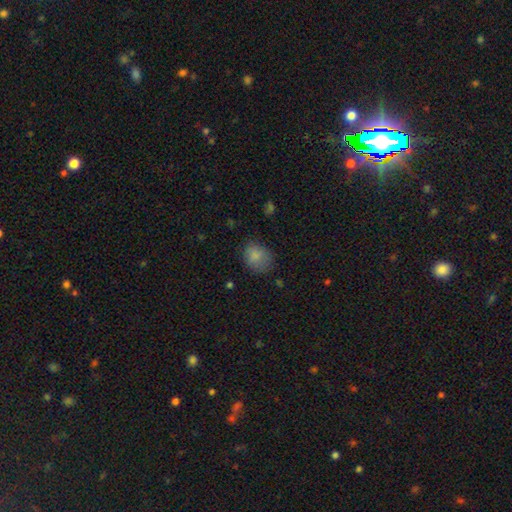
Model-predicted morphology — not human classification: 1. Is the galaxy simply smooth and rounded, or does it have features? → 82% smooth, 10% star or artifact, 8% featured or disk.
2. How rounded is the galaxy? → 52% round, 48% in between, 1% cigar-shaped.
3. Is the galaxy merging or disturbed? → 66% none, 24% minor disturbance, 8% major disturbance, 2% merger.